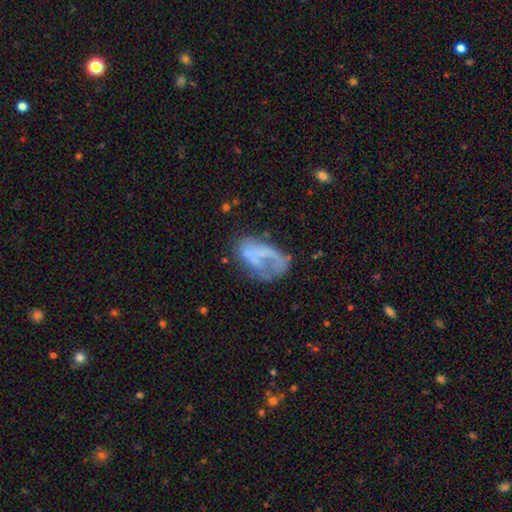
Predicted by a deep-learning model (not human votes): The model was most divided on "merging": none: 36%, major disturbance: 34%, minor disturbance: 23%, merger: 7%. More confident: edge-on disk — no (96%); smooth or featured — featured or disk (51%).